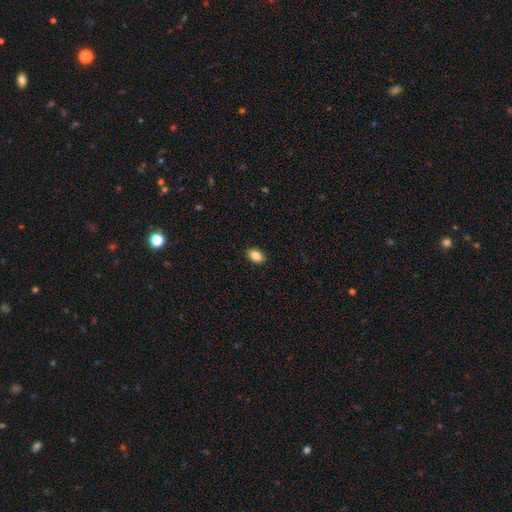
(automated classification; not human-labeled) smooth 86%, star or artifact 8%, featured or disk 6%. Down the decision tree: how rounded — in between (87%); merging — none (90%).